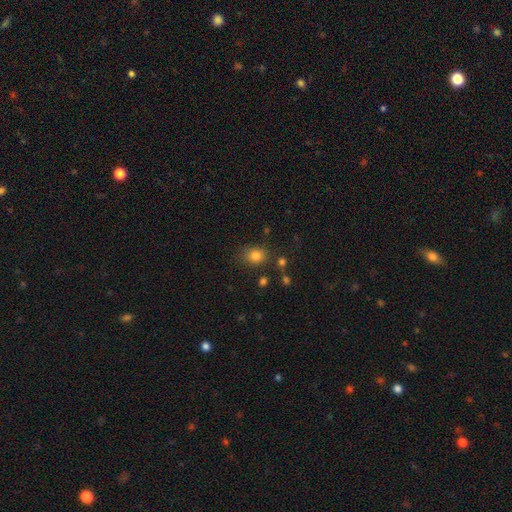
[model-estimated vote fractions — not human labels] Q: Smooth or featured?
A: smooth (81%); runner-up: star or artifact (13%)
Q: How rounded?
A: round (54%); runner-up: in between (45%)
Q: Merging?
A: none (78%); runner-up: minor disturbance (13%)